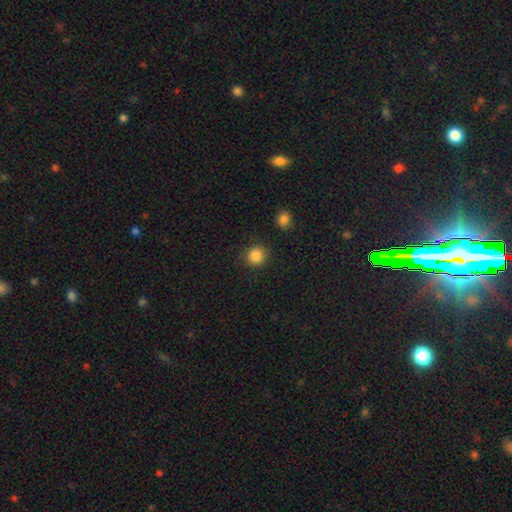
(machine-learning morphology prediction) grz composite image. It shows a smooth galaxy with no disk features (86%) that is round (91%). Merging: none (88%).